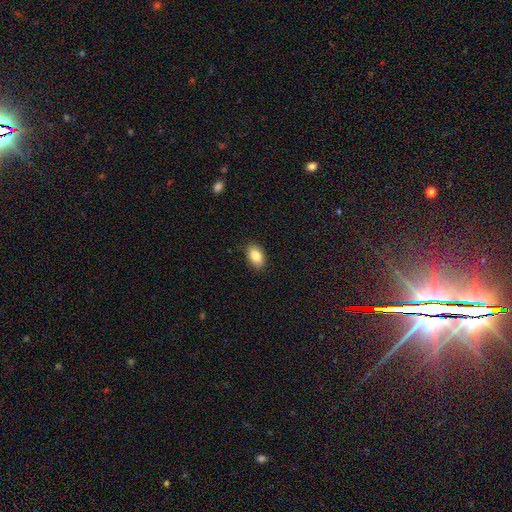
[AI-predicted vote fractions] Smooth or featured: smooth — 84% (featured or disk — 8%)
How rounded: in between — 90% (round — 8%)
Merging: none — 88% (minor disturbance — 9%)